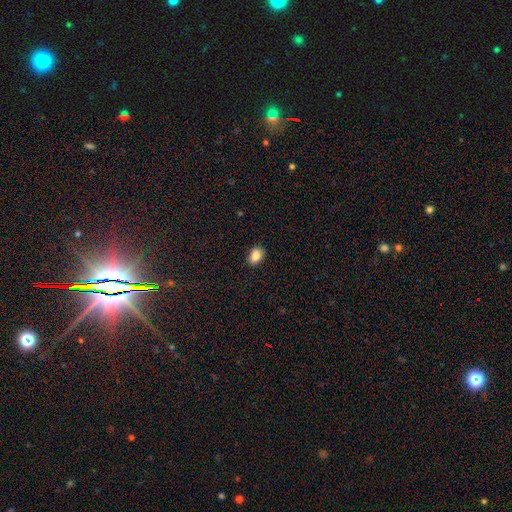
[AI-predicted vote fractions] A smooth galaxy with no disk features (87%) that is in between round and cigar-shaped (72%). Merging: none (88%).